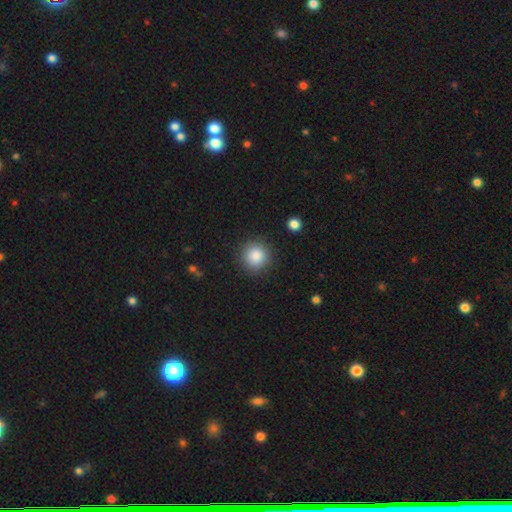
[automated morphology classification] smooth_or_featured: smooth (p=0.86) [alt: star or artifact p=0.09]
how_rounded: round (p=0.93) [alt: in between p=0.06]
merging: none (p=0.88) [alt: minor disturbance p=0.08]